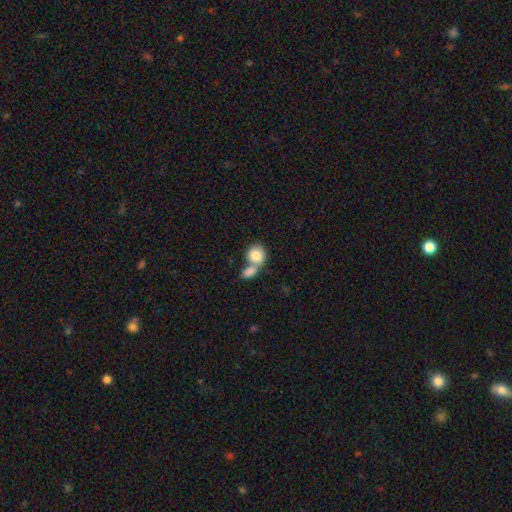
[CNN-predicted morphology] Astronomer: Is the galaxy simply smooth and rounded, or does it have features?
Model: smooth — 84%.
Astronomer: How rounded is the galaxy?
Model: round — 67%.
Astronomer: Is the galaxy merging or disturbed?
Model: merger — 60%.